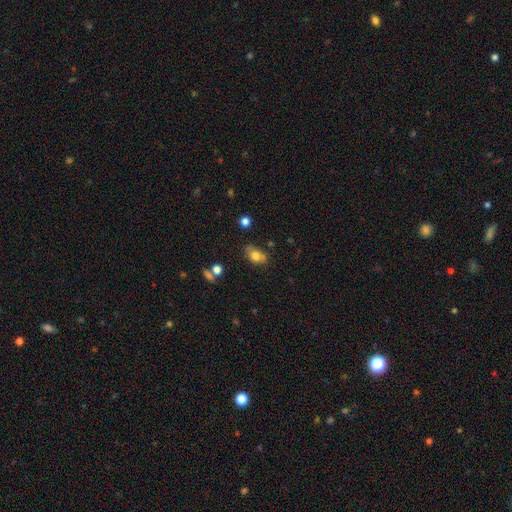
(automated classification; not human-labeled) Smooth or featured? Predicted: smooth (p=0.71). How rounded? Predicted: in between (p=0.74). Merging? Predicted: none (p=0.49).